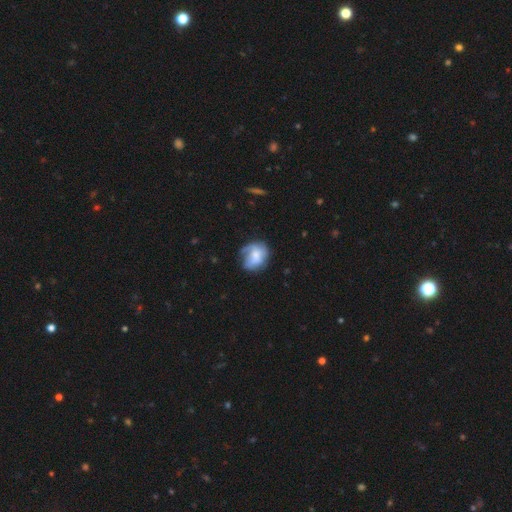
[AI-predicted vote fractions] Smooth or featured?
  - smooth: 54% *
  - featured or disk: 37%
  - star or artifact: 8%
How rounded?
  - round: 57% *
  - in between: 42%
  - cigar-shaped: 1%
Merging?
  - none: 47% *
  - minor disturbance: 29%
  - major disturbance: 21%
  - merger: 3%